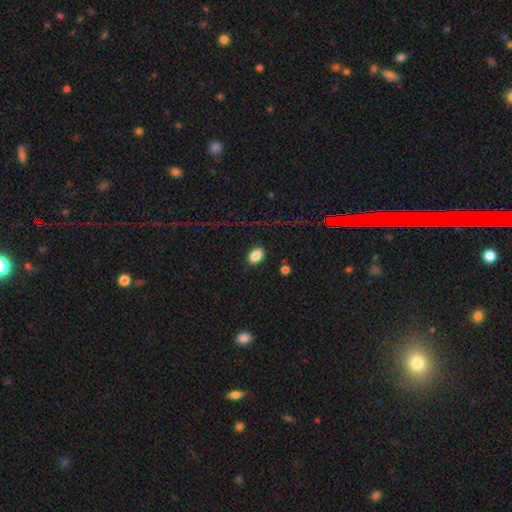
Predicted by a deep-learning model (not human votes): Smooth or featured: smooth — 85% (star or artifact — 9%)
How rounded: in between — 81% (round — 17%)
Merging: none — 86% (minor disturbance — 9%)